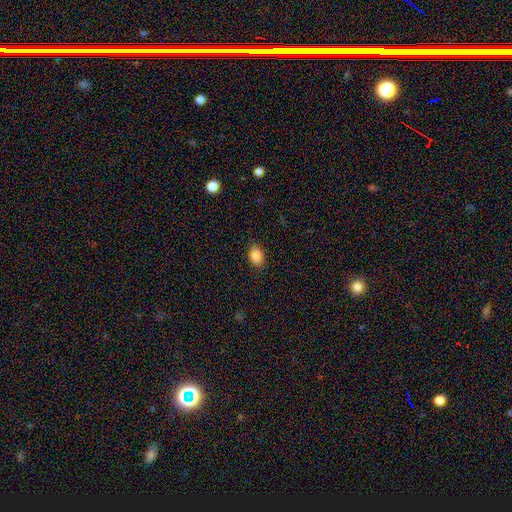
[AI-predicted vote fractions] The model was most divided on "how rounded": in between: 83%, round: 16%, cigar-shaped: 1%. More confident: merging — none (87%); smooth or featured — smooth (87%).